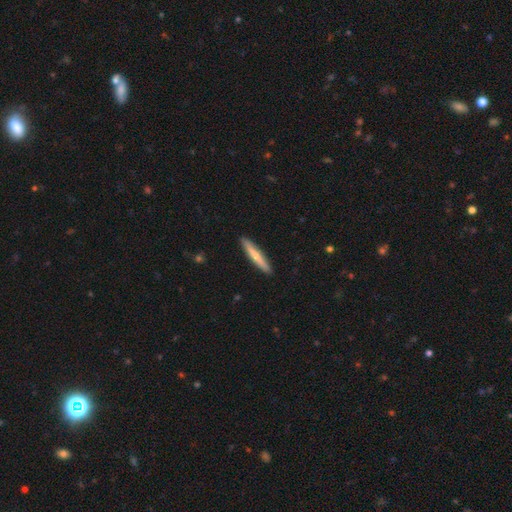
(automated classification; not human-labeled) smooth-or-featured: smooth: 68% | featured or disk: 27% | star or artifact: 5%
  how-rounded: cigar-shaped: 94% | in between: 5% | round: 1%
  merging: none: 91% | minor disturbance: 6% | major disturbance: 1% | merger: 1%